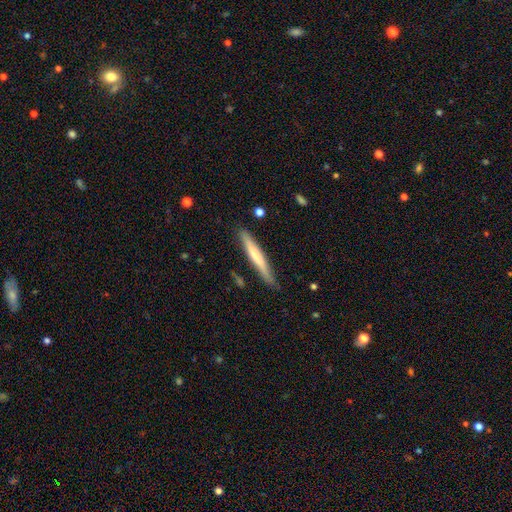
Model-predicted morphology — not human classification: smooth-or-featured: smooth: 59% | featured or disk: 36% | star or artifact: 5%
  how-rounded: cigar-shaped: 95% | in between: 4% | round: 1%
  merging: none: 84% | minor disturbance: 12% | major disturbance: 2% | merger: 2%